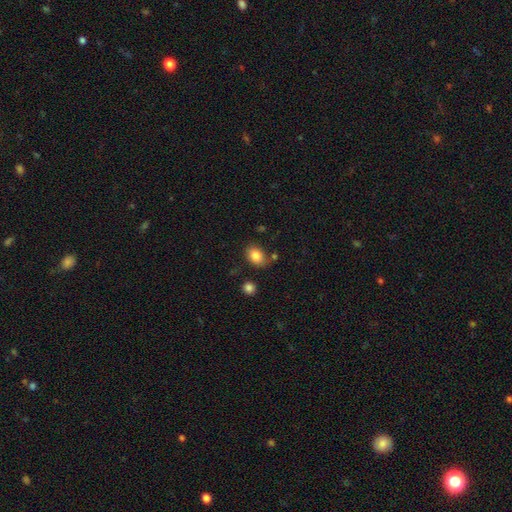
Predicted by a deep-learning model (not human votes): A smooth galaxy with no disk features (84%) that is in between round and cigar-shaped (70%). Merging: none (75%).